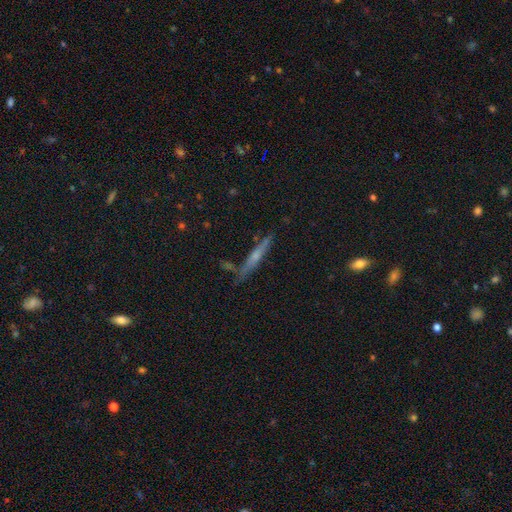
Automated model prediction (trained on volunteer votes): Smooth or featured? Predicted: featured or disk (p=0.56). Edge-on disk? Predicted: yes (p=0.95). Edge-on bulge? Predicted: rounded (p=0.57). Merging? Predicted: none (p=0.80).